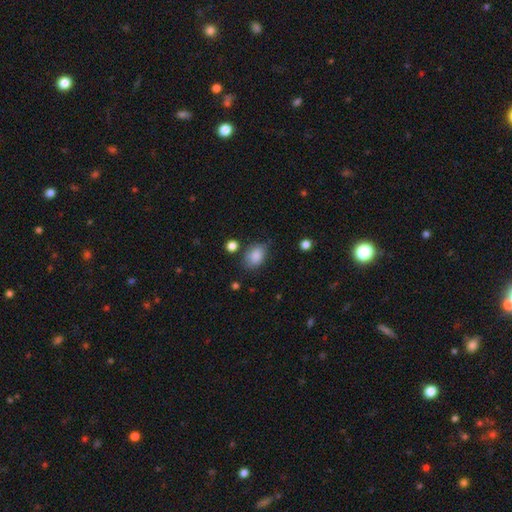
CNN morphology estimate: Q: Smooth or featured?
A: smooth (84%); runner-up: star or artifact (9%)
Q: How rounded?
A: in between (78%); runner-up: round (21%)
Q: Merging?
A: none (68%); runner-up: minor disturbance (22%)